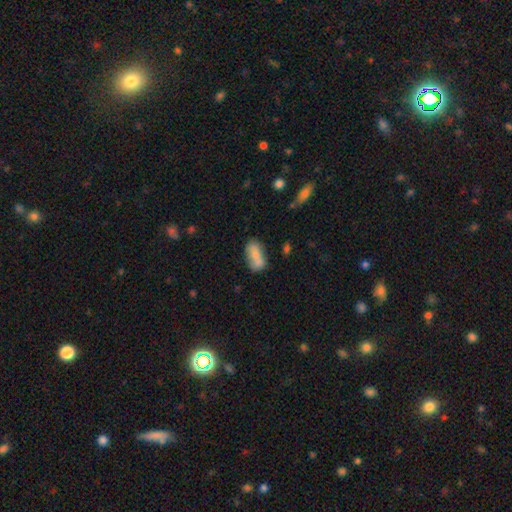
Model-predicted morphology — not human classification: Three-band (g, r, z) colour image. It shows a smooth galaxy with no disk features (72%) that is in between round and cigar-shaped (87%). Merging: none (43%).